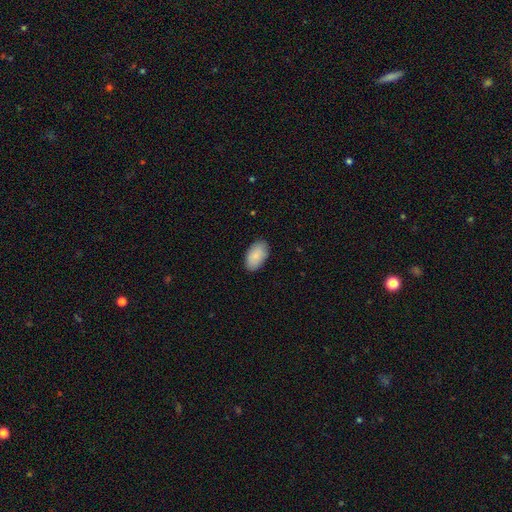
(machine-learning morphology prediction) A smooth galaxy with no disk features (89%) that is in between round and cigar-shaped (95%). Merging: none (87%).